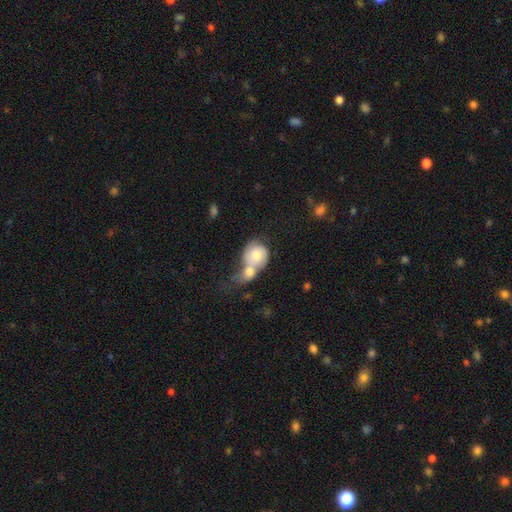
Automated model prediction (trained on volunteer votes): Smooth or featured: smooth — 70% (featured or disk — 24%)
How rounded: round — 75% (in between — 23%)
Merging: merger — 73% (none — 14%)